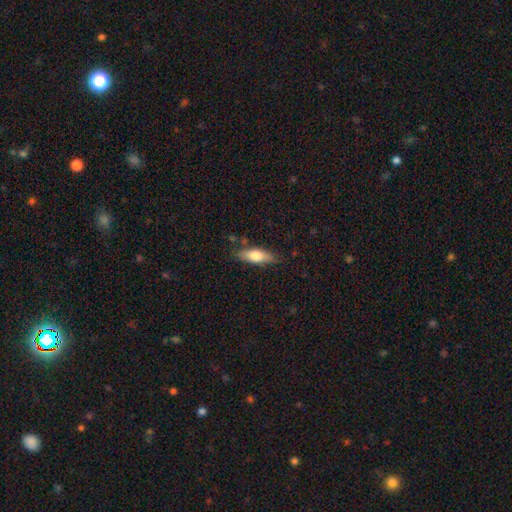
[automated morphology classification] smooth_or_featured: smooth (p=0.68) [alt: featured or disk p=0.26]
how_rounded: in between (p=0.59) [alt: cigar-shaped p=0.38]
merging: none (p=0.79) [alt: minor disturbance p=0.15]